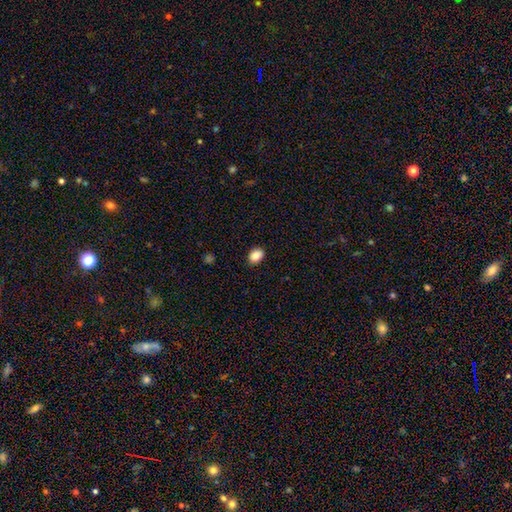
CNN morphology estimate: A smooth galaxy with no disk features (88%) that is in between round and cigar-shaped (71%).

Vote fractions:
- Smooth or featured? smooth: 88% / star or artifact: 8% / featured or disk: 4%
- How rounded? in between: 71% / round: 28% / cigar-shaped: 1%
- Merging? none: 89% / minor disturbance: 8% / major disturbance: 2% / merger: 1%